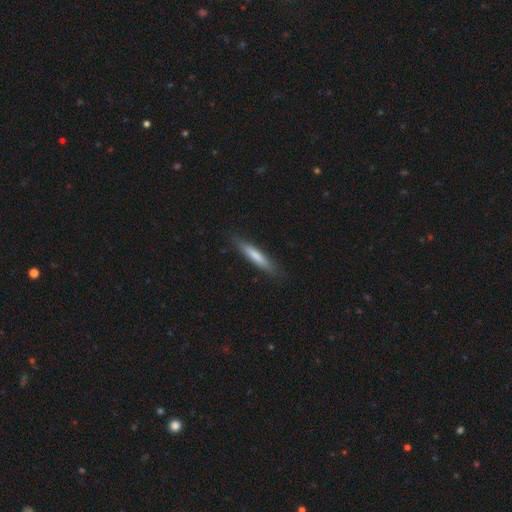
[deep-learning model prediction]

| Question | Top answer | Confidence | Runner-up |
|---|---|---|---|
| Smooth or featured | smooth | 73% | featured or disk (21%) |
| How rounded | cigar-shaped | 89% | in between (9%) |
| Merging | none | 86% | minor disturbance (11%) |